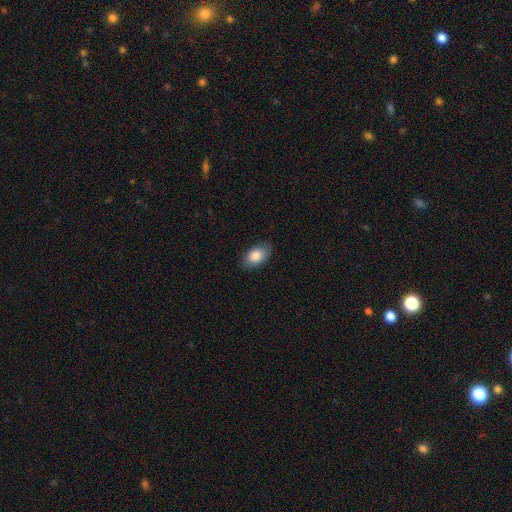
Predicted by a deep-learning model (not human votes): Smooth or featured? Predicted: smooth (p=0.84). How rounded? Predicted: in between (p=0.91). Merging? Predicted: none (p=0.82).